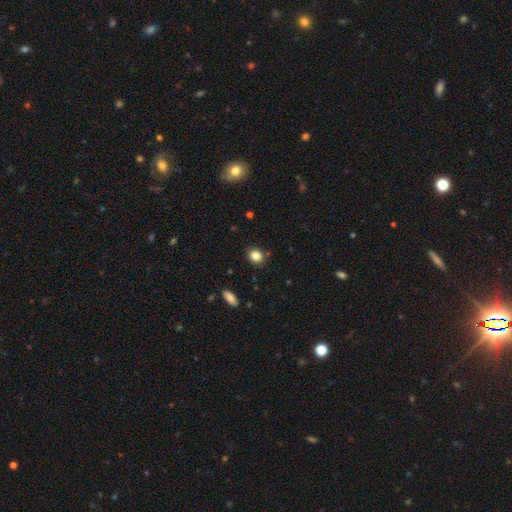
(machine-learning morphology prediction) type=smooth (85%); roundness=round (65%); merging=none (86%).